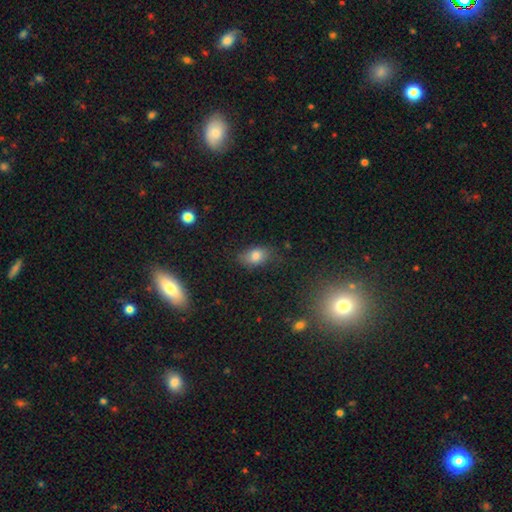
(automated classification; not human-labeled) smooth 78%, star or artifact 11%, featured or disk 11%. Down the decision tree: how rounded — in between (83%); merging — none (68%).